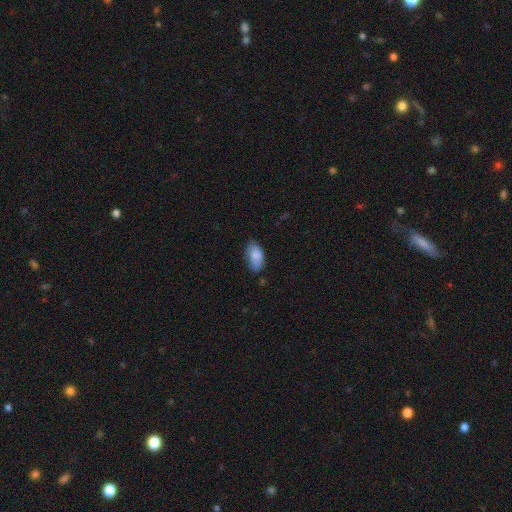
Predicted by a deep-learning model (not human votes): Smooth or featured? Predicted: smooth (p=0.84). How rounded? Predicted: in between (p=0.94). Merging? Predicted: none (p=0.63).